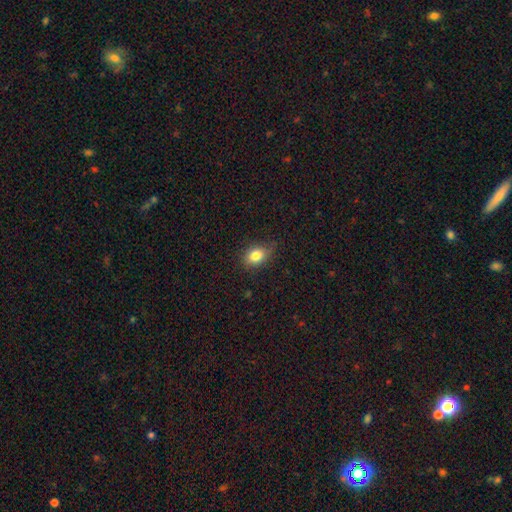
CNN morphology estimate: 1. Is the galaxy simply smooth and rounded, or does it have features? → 82% smooth, 10% star or artifact, 8% featured or disk.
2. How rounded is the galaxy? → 68% in between, 31% round, 2% cigar-shaped.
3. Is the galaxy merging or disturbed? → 75% none, 20% minor disturbance, 4% major disturbance, 1% merger.